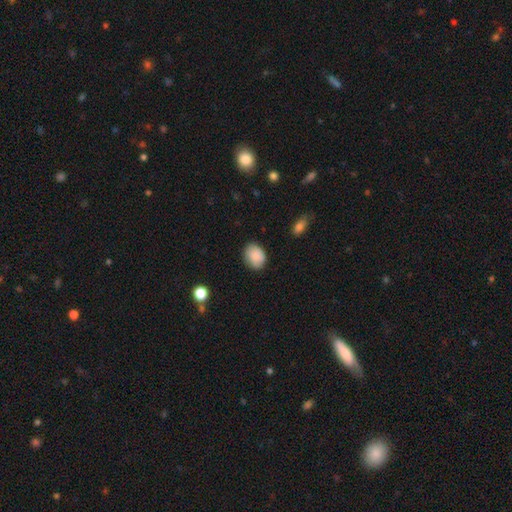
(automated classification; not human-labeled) Smooth or featured? Predicted: smooth (p=0.86). How rounded? Predicted: in between (p=0.61). Merging? Predicted: none (p=0.78).